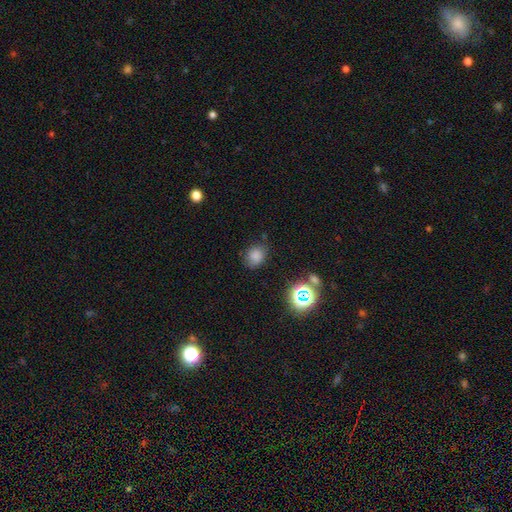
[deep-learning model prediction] smooth 76%, star or artifact 17%, featured or disk 7%. Down the decision tree: how rounded — round (55%); merging — none (73%).